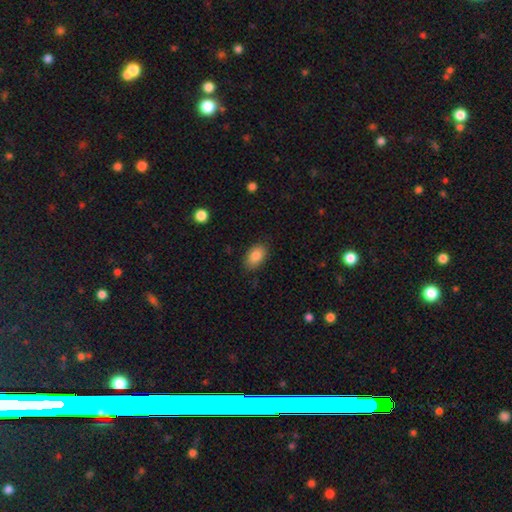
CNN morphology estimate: Overall: smooth (87%). How rounded: in between (91%). Merging: none (85%).